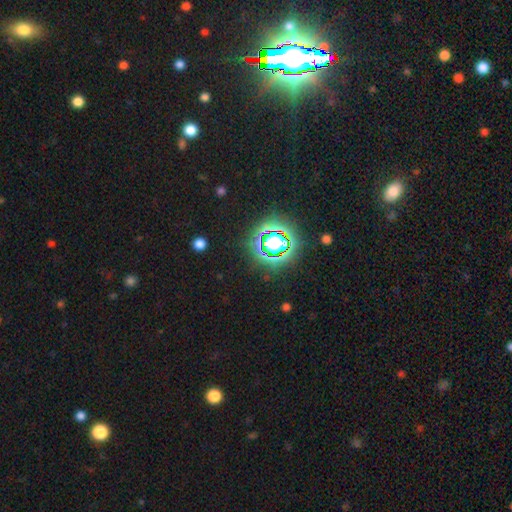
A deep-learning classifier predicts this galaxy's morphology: Smooth or featured? Predicted: star or artifact (p=0.82).